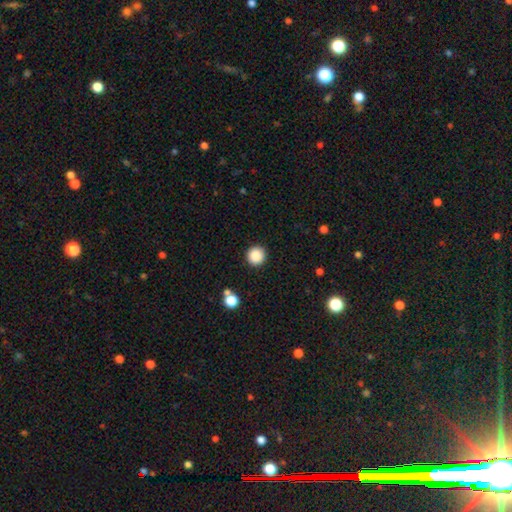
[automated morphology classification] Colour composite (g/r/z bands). It shows a smooth galaxy with no disk features (87%) that is round (96%). Merging: none (91%).